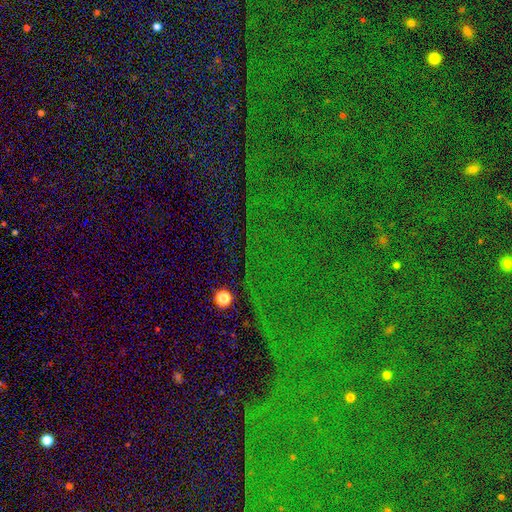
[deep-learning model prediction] Morphology: type=star or artifact (84%).